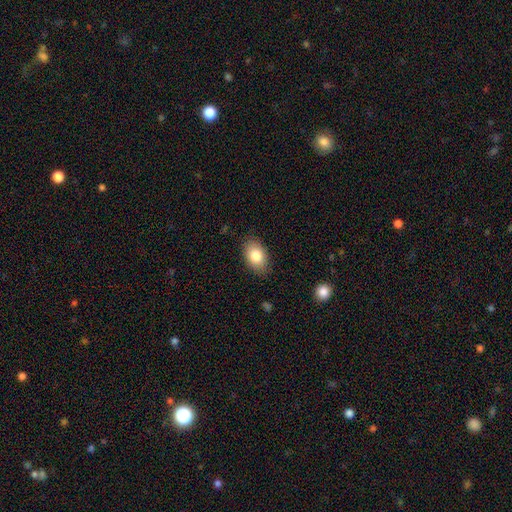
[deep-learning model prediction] smooth 83%, featured or disk 10%, star or artifact 7%. Down the decision tree: how rounded — in between (86%); merging — none (84%).